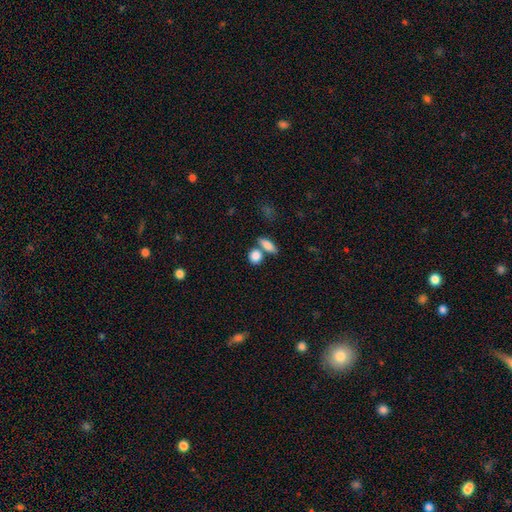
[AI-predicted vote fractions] Overall: smooth (86%). How rounded: round (53%; in between 42%). Merging: none (53%; merger 33%).